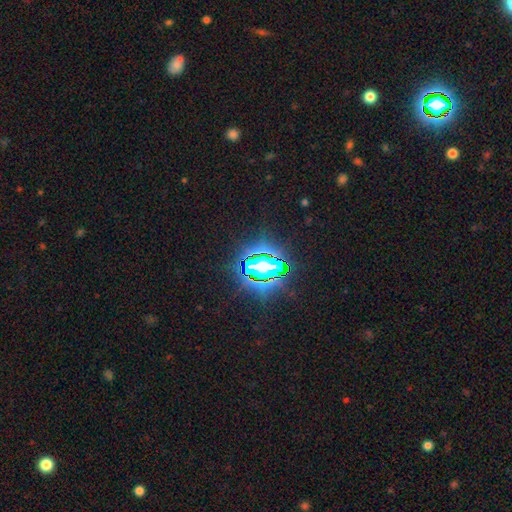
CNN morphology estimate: type=star or artifact (81%).